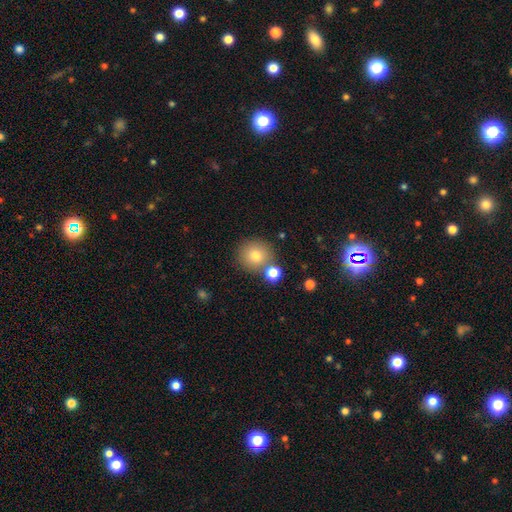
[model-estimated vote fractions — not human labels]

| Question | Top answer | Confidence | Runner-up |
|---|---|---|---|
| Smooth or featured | smooth | 77% | star or artifact (12%) |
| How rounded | round | 91% | in between (8%) |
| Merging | none | 74% | merger (14%) |